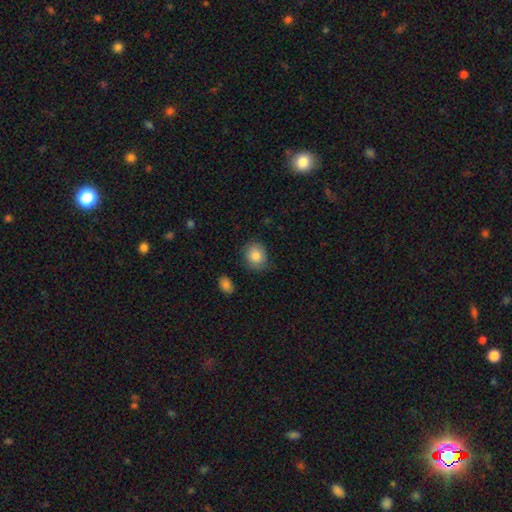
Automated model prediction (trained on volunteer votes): This appears to be a smooth galaxy with no disk features (84%) that is round (63%). Merging: none (81%).